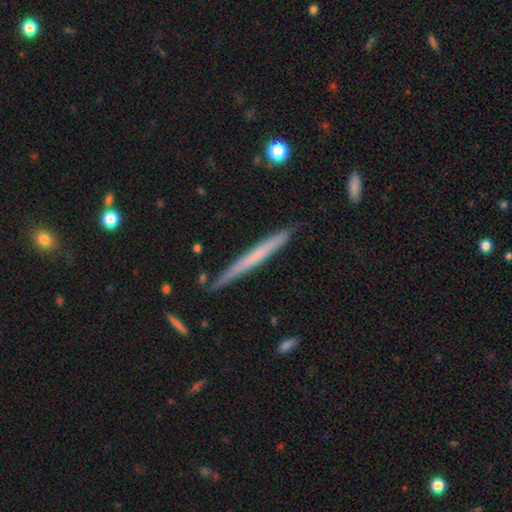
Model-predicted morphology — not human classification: type=smooth (49%); merging=none (85%).